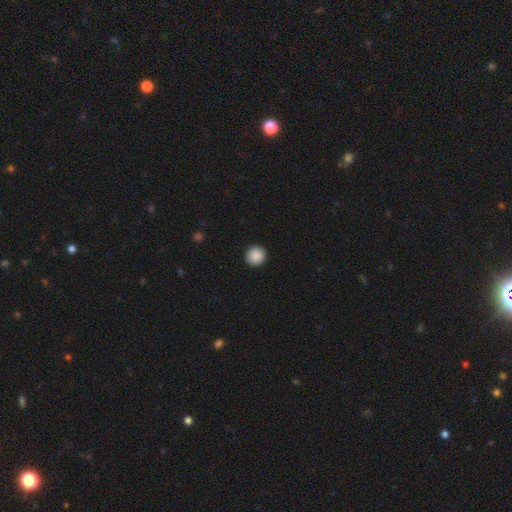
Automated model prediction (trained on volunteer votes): Smooth or featured? smooth (90%)
How rounded? round (96%)
Merging? none (93%)